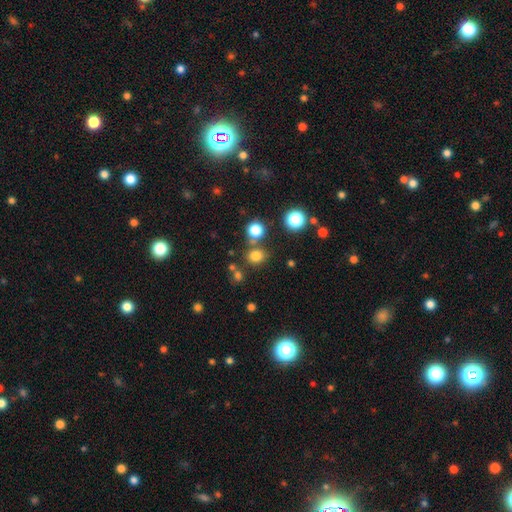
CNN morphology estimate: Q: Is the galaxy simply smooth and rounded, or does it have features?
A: smooth — 76%.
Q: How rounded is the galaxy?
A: round — 69%.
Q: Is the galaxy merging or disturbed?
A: none — 71%.